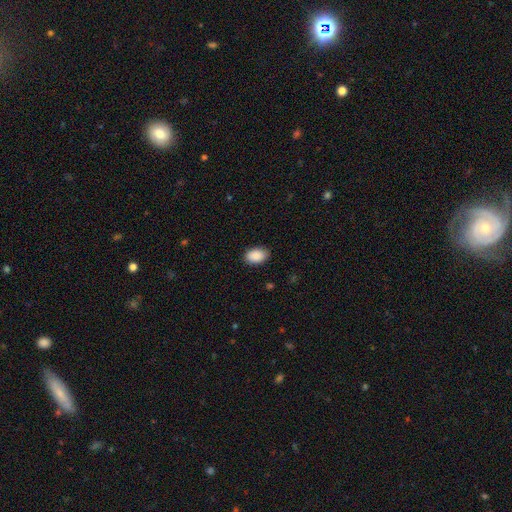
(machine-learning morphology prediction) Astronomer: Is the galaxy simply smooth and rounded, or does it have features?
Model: smooth — 90%.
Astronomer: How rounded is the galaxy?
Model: in between — 88%.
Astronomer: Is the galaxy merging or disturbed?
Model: none — 86%.